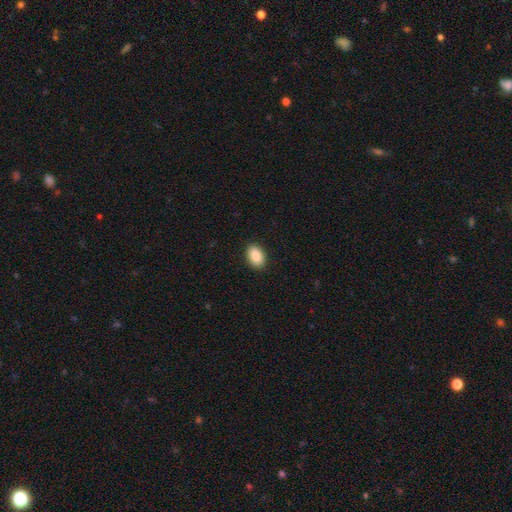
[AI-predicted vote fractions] smooth_or_featured: smooth (p=0.88) [alt: star or artifact p=0.07]
how_rounded: in between (p=0.88) [alt: round p=0.10]
merging: none (p=0.90) [alt: minor disturbance p=0.07]